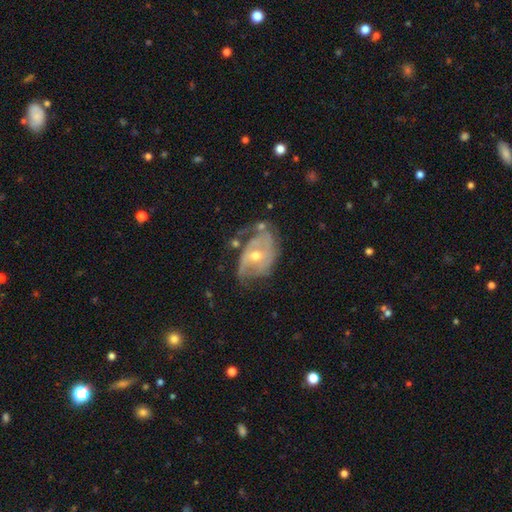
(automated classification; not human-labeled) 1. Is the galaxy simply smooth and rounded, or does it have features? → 80% featured or disk, 13% smooth, 7% star or artifact.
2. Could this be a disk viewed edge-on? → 96% no, 4% yes.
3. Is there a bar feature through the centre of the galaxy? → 57% no, 32% weak, 10% strong.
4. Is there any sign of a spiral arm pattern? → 83% yes, 17% no.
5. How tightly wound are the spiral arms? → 38% medium (tied), 38% tight (tied), 24% loose.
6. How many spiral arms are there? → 48% 2, 27% can't tell, 10% 3, 9% 1, 3% 4, 3% more than 4.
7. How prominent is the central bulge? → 62% moderate, 34% small, 2% large, 1% none, 1% dominant.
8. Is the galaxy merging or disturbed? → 42% none, 28% minor disturbance, 24% major disturbance, 6% merger.